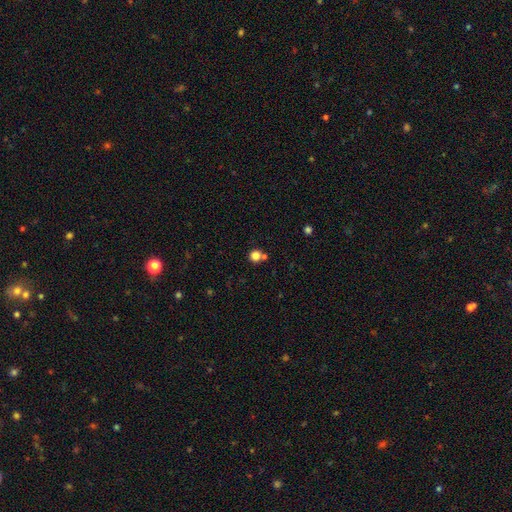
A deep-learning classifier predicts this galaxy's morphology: Smooth or featured? smooth (80%)
How rounded? round (91%)
Merging? none (66%)